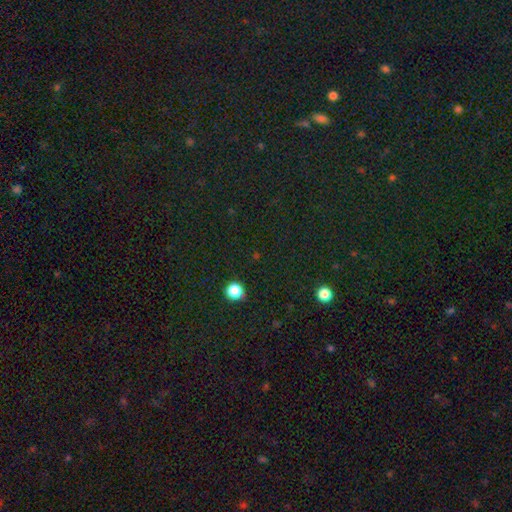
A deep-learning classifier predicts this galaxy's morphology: Overall: star or artifact (72%).